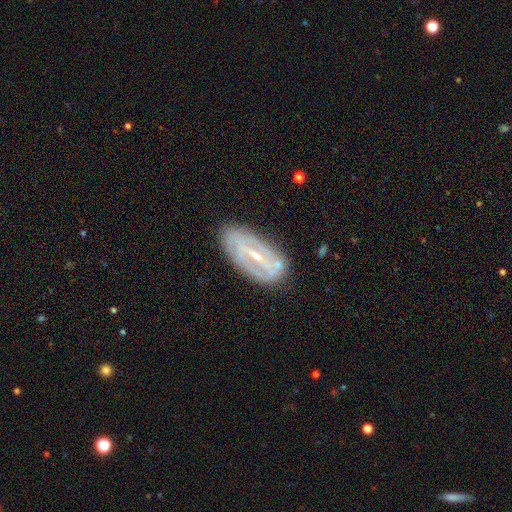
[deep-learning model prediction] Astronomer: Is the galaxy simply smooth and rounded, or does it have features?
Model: featured or disk — 76%.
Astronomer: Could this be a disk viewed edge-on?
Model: no — 89%.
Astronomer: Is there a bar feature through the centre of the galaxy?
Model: strong — 55% (runner-up: weak, 30%).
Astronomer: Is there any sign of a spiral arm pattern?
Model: yes — 67%.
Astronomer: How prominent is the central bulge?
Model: small — 73%.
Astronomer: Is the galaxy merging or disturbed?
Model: none — 77%.